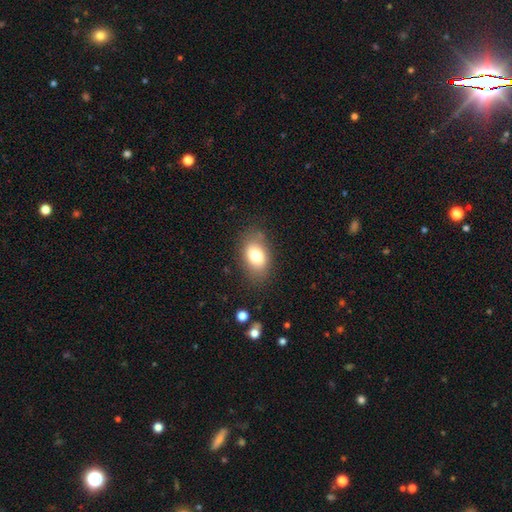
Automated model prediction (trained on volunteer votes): This appears to be a smooth galaxy with no disk features (76%) that is in between round and cigar-shaped (86%). Merging: none (77%).